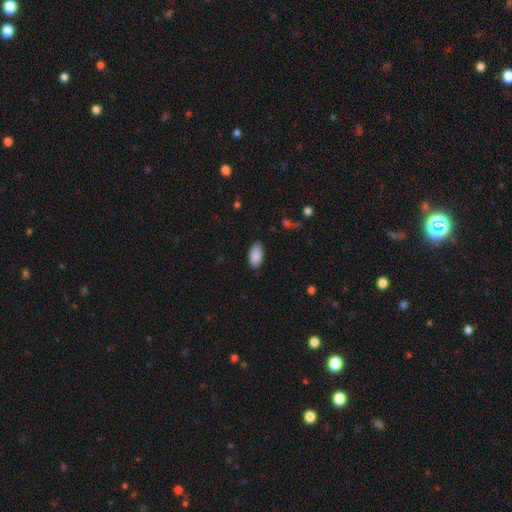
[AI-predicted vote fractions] This appears to be a smooth galaxy with no disk features (90%) that is in between round and cigar-shaped (95%). Merging: none (83%).